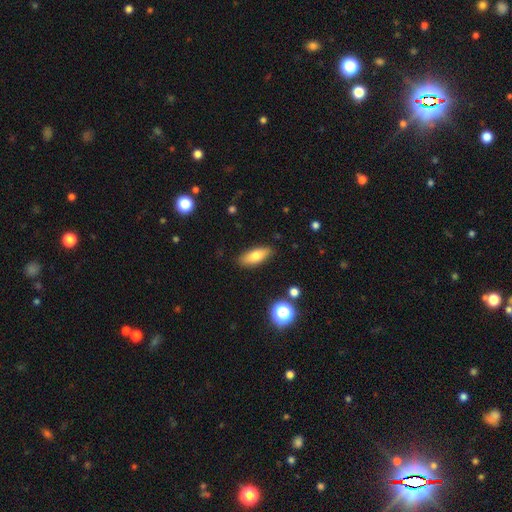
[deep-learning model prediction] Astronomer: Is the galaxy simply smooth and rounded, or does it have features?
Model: smooth — 75%.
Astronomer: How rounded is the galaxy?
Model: in between — 73%.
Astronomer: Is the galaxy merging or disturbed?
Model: none — 86%.